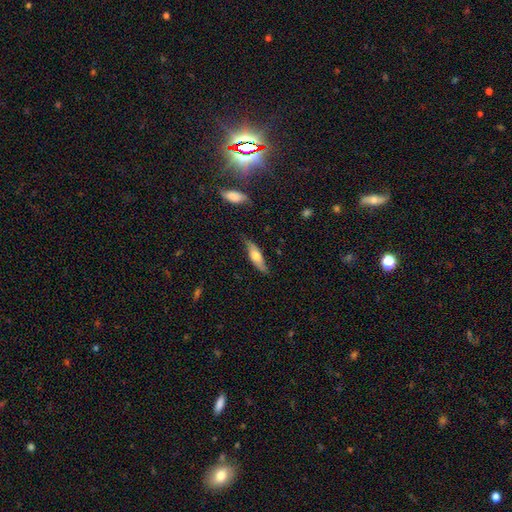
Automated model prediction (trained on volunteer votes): A smooth galaxy with no disk features (55%) that is cigar-shaped (56%).

Vote fractions:
- Smooth or featured? smooth: 55% / featured or disk: 39% / star or artifact: 6%
- How rounded? cigar-shaped: 56% / in between: 42% / round: 2%
- Merging? none: 71% / minor disturbance: 23% / major disturbance: 5% / merger: 2%